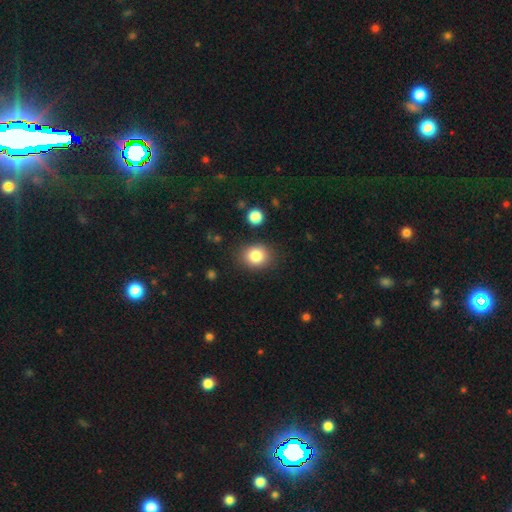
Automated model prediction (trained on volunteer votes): smooth_or_featured: smooth (p=0.84) [alt: star or artifact p=0.10]
how_rounded: round (p=0.65) [alt: in between p=0.34]
merging: none (p=0.85) [alt: minor disturbance p=0.10]